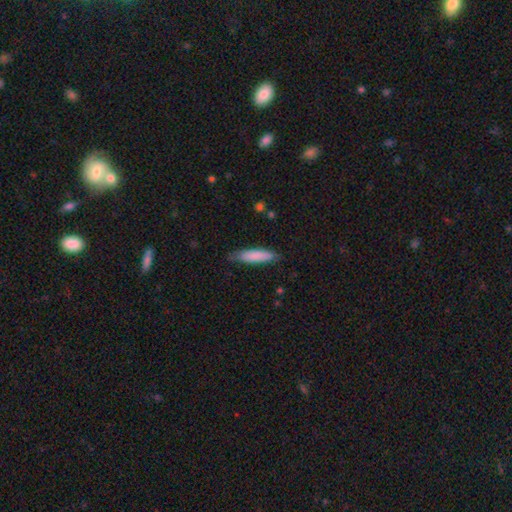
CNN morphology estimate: Smooth or featured? smooth (84%)
How rounded? cigar-shaped (75%)
Merging? none (78%)